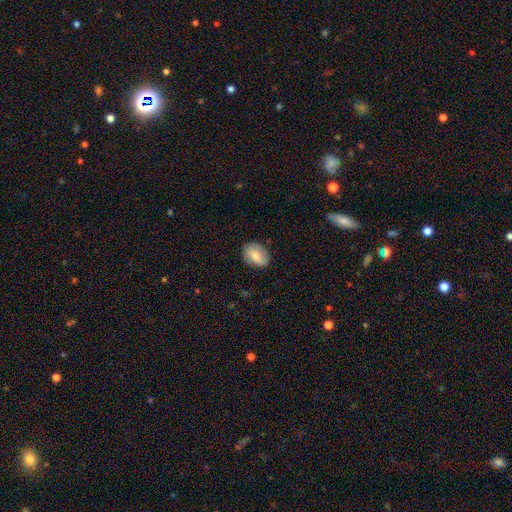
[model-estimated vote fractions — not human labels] Overall: smooth (68%). How rounded: in between (71%). Merging: none (79%).